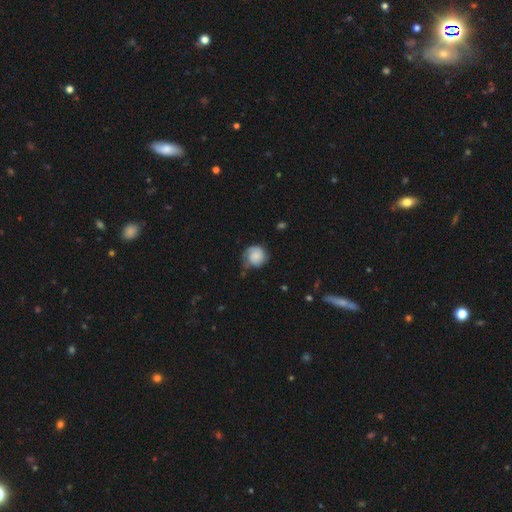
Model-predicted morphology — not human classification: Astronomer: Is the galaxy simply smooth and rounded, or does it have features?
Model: smooth — 59%.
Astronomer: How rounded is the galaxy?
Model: round — 87%.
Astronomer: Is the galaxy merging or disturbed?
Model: none — 55%.